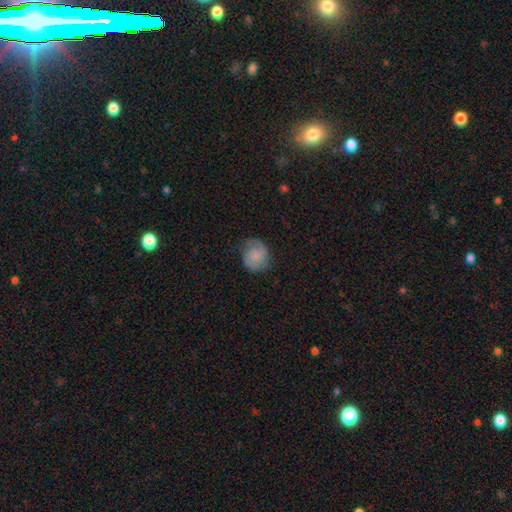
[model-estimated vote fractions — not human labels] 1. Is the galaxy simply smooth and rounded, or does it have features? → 50% smooth, 42% featured or disk, 8% star or artifact.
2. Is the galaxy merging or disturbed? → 67% none, 23% minor disturbance, 9% major disturbance, 1% merger.